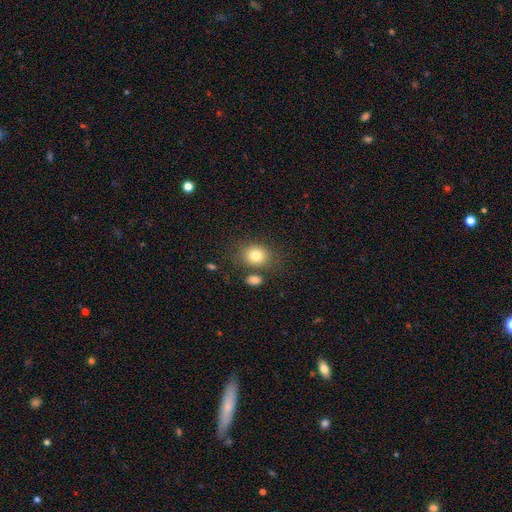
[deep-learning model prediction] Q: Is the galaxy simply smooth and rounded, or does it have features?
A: smooth — 80%.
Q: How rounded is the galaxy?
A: round — 61%.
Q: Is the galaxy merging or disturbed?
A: none — 70%.